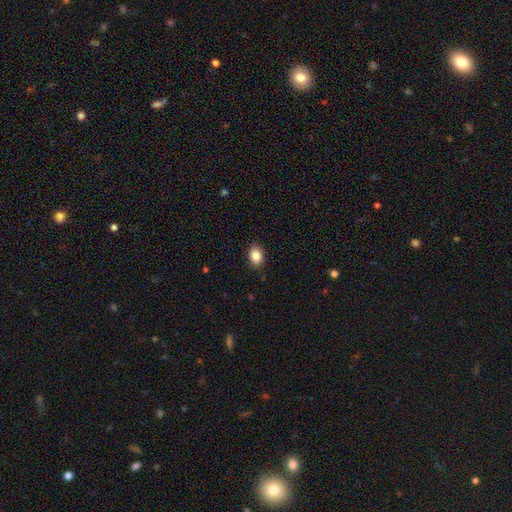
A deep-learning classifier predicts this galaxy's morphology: Overall: smooth (87%). How rounded: in between (72%). Merging: none (89%).